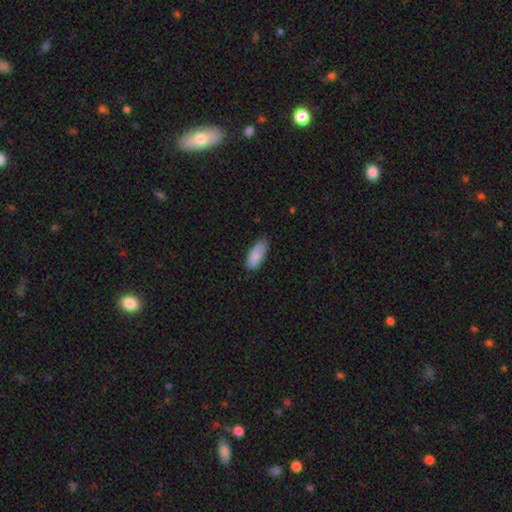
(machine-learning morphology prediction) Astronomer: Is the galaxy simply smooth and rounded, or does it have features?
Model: smooth — 88%.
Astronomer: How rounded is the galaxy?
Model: in between — 84%.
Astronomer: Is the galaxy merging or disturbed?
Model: none — 68%.